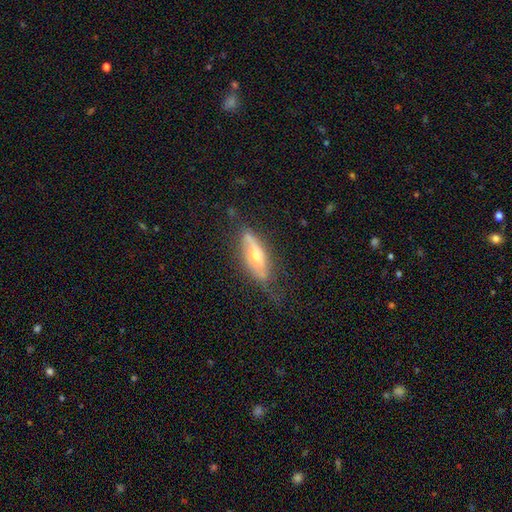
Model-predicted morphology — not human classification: Smooth or featured? Predicted: featured or disk (p=0.63). Edge-on disk? Predicted: yes (p=0.53). Merging? Predicted: none (p=0.57).